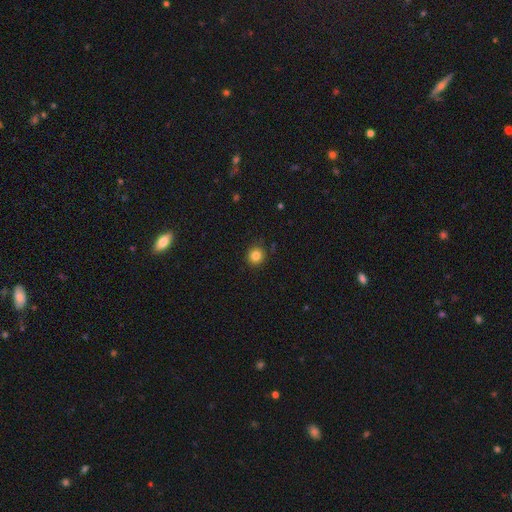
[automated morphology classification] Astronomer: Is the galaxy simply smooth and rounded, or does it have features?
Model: smooth — 84%.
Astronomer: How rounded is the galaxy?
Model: round — 91%.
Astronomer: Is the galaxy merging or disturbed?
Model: none — 88%.